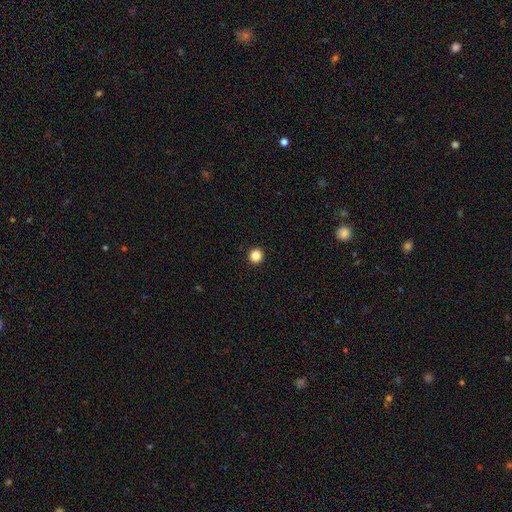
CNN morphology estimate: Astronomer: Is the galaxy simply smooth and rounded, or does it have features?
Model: smooth — 85%.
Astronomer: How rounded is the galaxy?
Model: round — 94%.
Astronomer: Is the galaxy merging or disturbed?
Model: none — 94%.